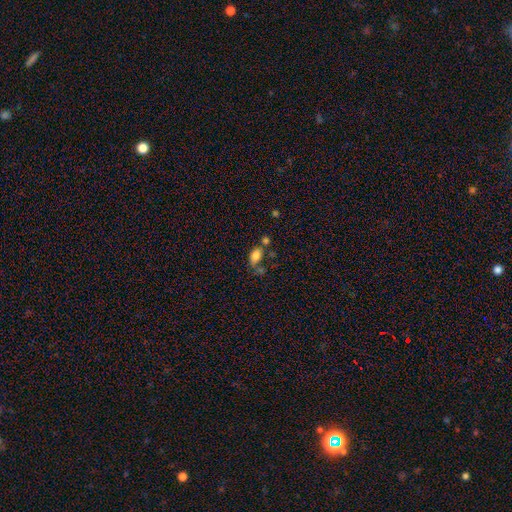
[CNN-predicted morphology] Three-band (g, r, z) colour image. It shows a smooth galaxy with no disk features (81%) that is in between round and cigar-shaped (90%). Merging: none (46%).